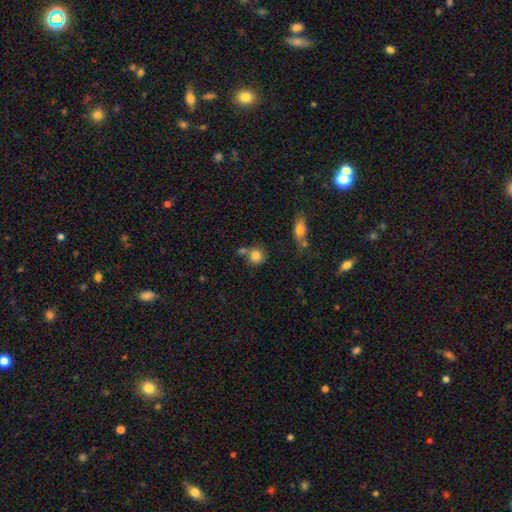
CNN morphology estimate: smooth_or_featured: smooth (p=0.82) [alt: star or artifact p=0.10]
how_rounded: round (p=0.87) [alt: in between p=0.12]
merging: none (p=0.62) [alt: merger p=0.21]